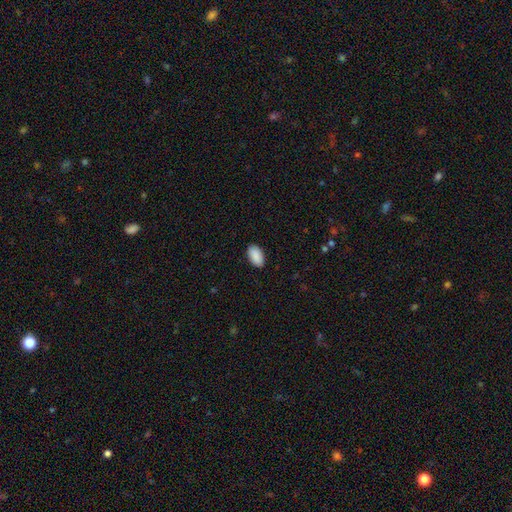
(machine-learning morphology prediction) A smooth galaxy with no disk features (90%) that is in between round and cigar-shaped (95%). Merging: none (88%).